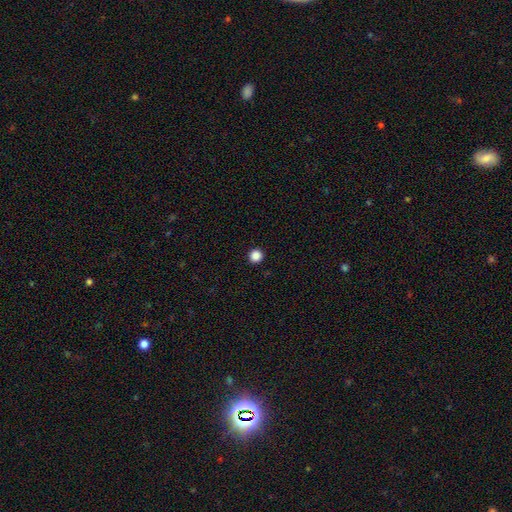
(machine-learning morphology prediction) Smooth or featured: smooth — 87% (star or artifact — 10%)
How rounded: round — 95% (in between — 4%)
Merging: none — 94% (minor disturbance — 4%)